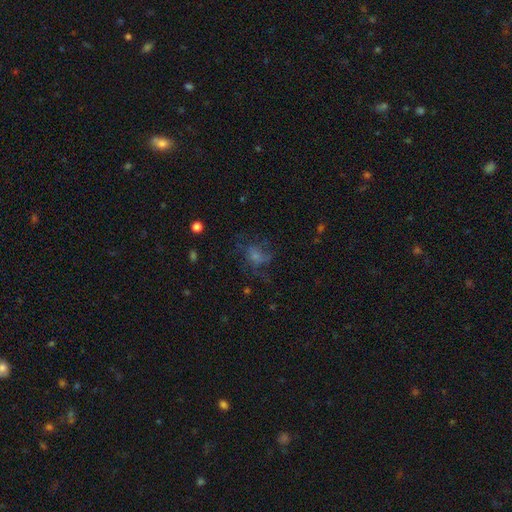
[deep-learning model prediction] Smooth or featured: featured or disk — 39% (smooth — 33%)
Merging: none — 55% (major disturbance — 24%)